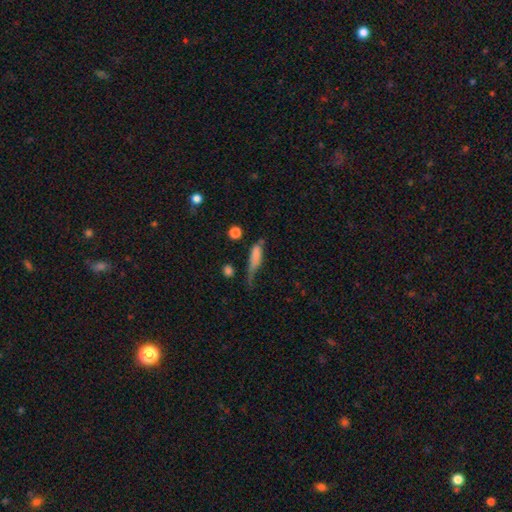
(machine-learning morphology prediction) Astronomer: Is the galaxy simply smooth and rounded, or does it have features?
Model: smooth — 74%.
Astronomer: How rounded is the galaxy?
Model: cigar-shaped — 51% (runner-up: in between, 44%).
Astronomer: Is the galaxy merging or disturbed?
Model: none — 33%, tied with minor disturbance at 33%.